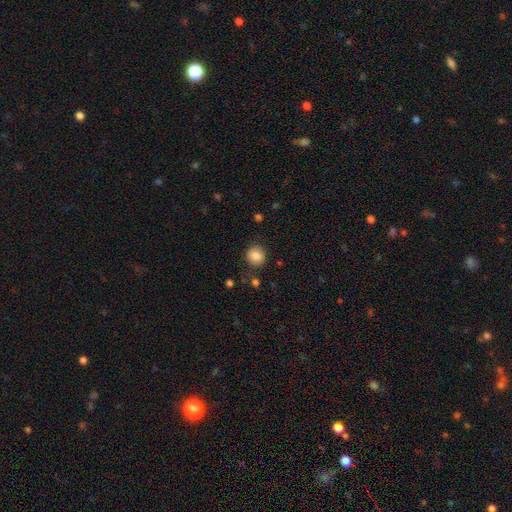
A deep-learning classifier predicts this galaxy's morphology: smooth 84%, star or artifact 9%, featured or disk 7%. Down the decision tree: how rounded — round (88%); merging — none (85%).